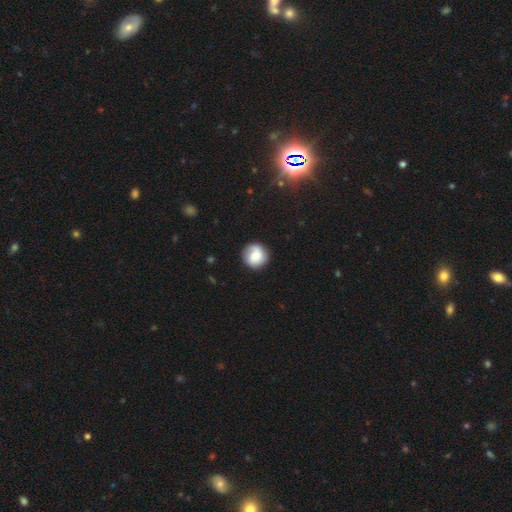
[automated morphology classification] This is likely a smooth galaxy (64%). How rounded: clearly round (92%). Merging: likely none (80%).